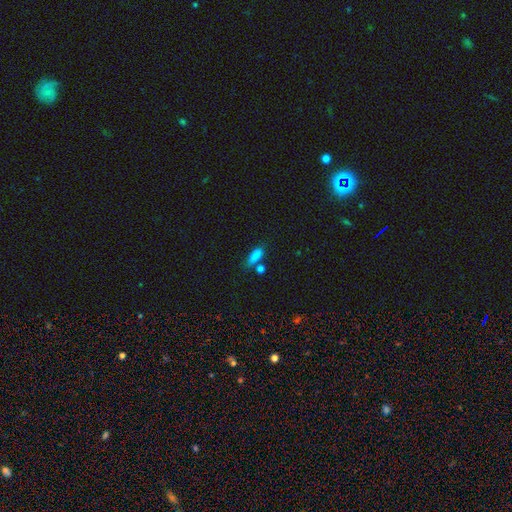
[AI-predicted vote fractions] A smooth galaxy with no disk features (83%) that is in between round and cigar-shaped (67%). Merging: none (58%).